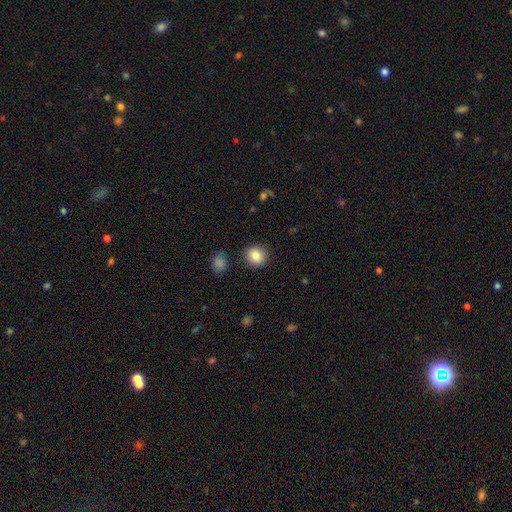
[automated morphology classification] smooth 85%, star or artifact 9%, featured or disk 6%. Down the decision tree: how rounded — round (86%); merging — none (89%).